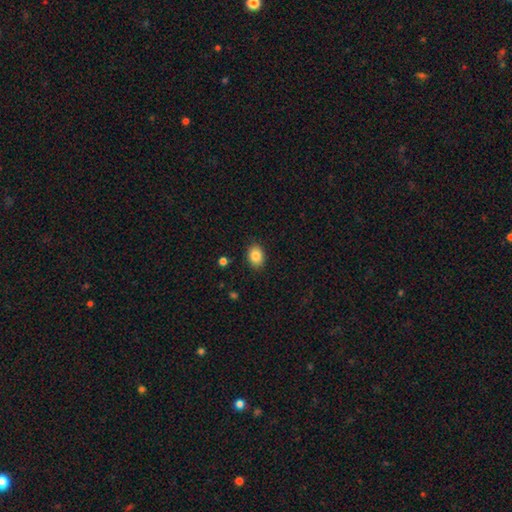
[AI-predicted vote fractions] Smooth or featured?
  - smooth: 86% *
  - star or artifact: 9%
  - featured or disk: 6%
How rounded?
  - in between: 69% *
  - round: 30%
  - cigar-shaped: 1%
Merging?
  - none: 87% *
  - minor disturbance: 9%
  - major disturbance: 2%
  - merger: 1%